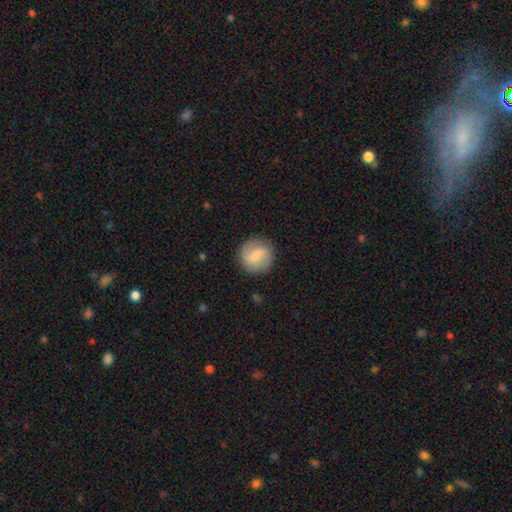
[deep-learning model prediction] Smooth or featured: smooth — 50% (featured or disk — 43%)
How rounded: round — 89% (in between — 10%)
Merging: none — 85% (minor disturbance — 10%)